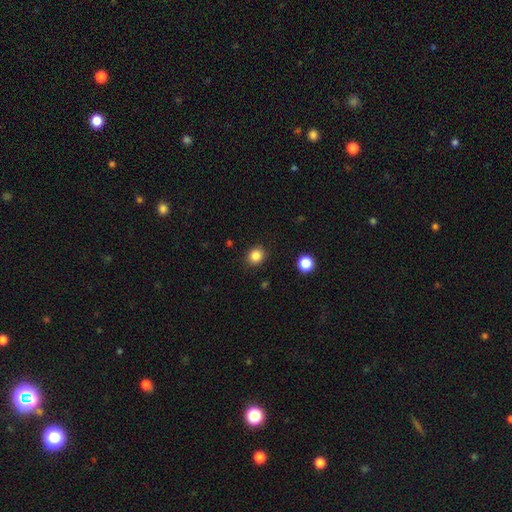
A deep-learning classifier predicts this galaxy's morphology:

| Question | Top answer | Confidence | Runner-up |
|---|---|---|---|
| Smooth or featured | smooth | 85% | star or artifact (11%) |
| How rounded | round | 76% | in between (23%) |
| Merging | none | 89% | minor disturbance (8%) |